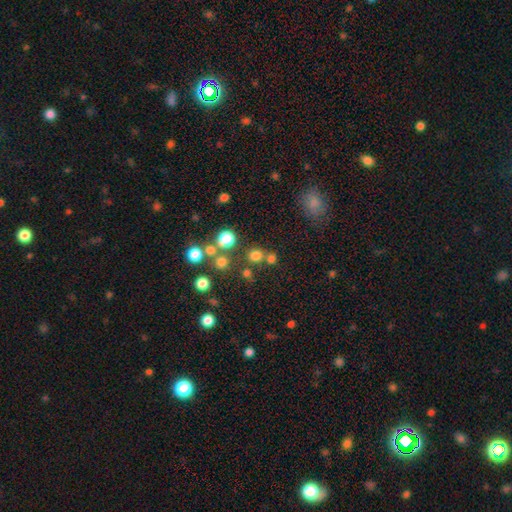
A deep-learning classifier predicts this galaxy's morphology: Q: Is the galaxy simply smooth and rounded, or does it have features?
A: smooth — 73%.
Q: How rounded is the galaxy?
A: round — 88%.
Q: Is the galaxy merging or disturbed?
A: none — 72%.